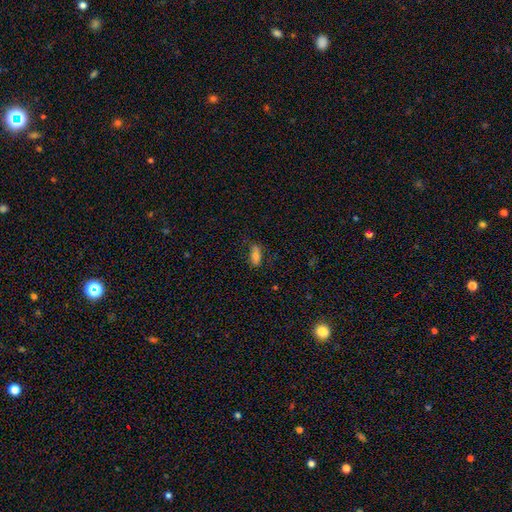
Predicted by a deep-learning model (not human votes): A smooth galaxy with no disk features (70%) that is in between round and cigar-shaped (78%). Merging: none (59%).